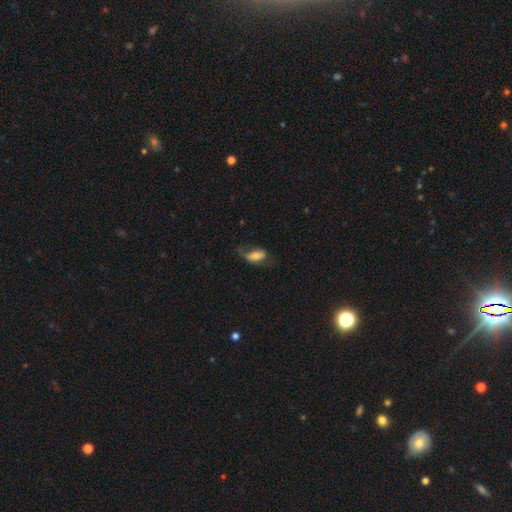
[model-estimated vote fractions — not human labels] This is possibly a smooth galaxy (58%). How rounded: clearly in between (87%). Merging: possibly none (46%).